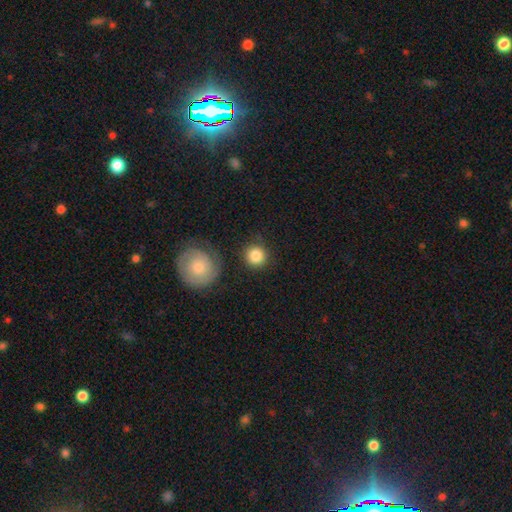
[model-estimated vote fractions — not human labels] This appears to be a smooth galaxy with no disk features (85%) that is round (93%). Merging: none (82%).